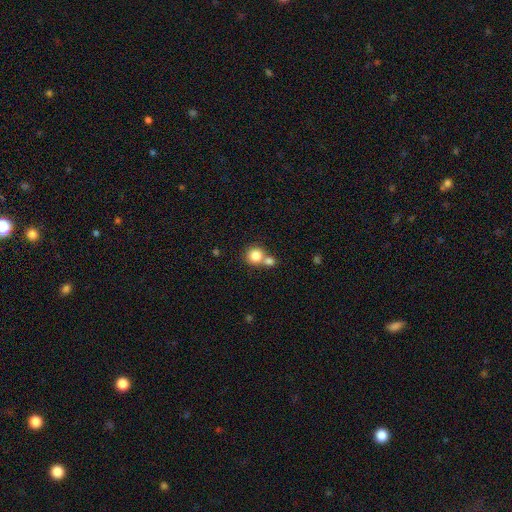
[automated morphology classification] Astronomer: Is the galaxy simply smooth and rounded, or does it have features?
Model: smooth — 82%.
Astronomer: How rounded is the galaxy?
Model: round — 89%.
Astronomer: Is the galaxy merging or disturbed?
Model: none — 46% (runner-up: merger, 45%).